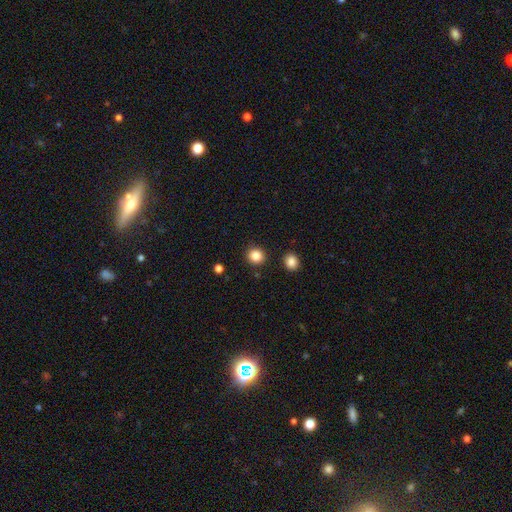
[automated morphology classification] smooth 85%, star or artifact 10%, featured or disk 4%. Down the decision tree: how rounded — round (87%); merging — none (89%).